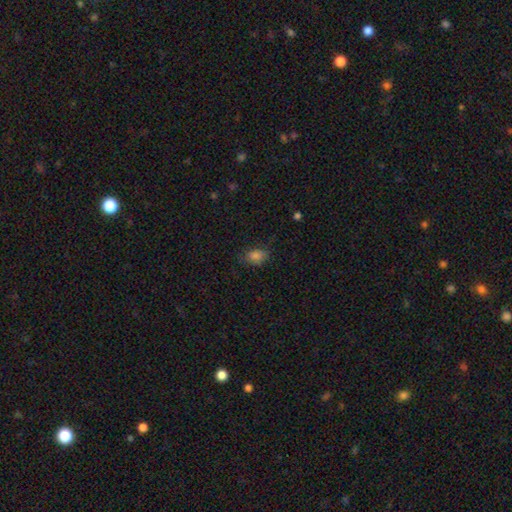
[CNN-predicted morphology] This appears to be a smooth galaxy with no disk features (82%) that is in between round and cigar-shaped (82%). Merging: none (70%).